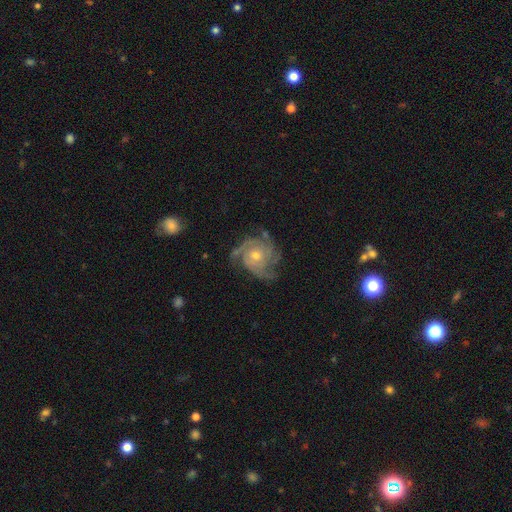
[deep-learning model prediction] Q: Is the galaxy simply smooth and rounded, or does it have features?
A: featured or disk — 88%.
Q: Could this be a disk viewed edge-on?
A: no — 98%.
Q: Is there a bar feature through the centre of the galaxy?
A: no — 81%.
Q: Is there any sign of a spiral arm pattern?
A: yes — 97%.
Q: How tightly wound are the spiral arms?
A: tight — 55%.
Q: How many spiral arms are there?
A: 3 — 42%.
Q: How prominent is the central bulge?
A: moderate — 50%.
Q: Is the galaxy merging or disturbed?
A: none — 69%.